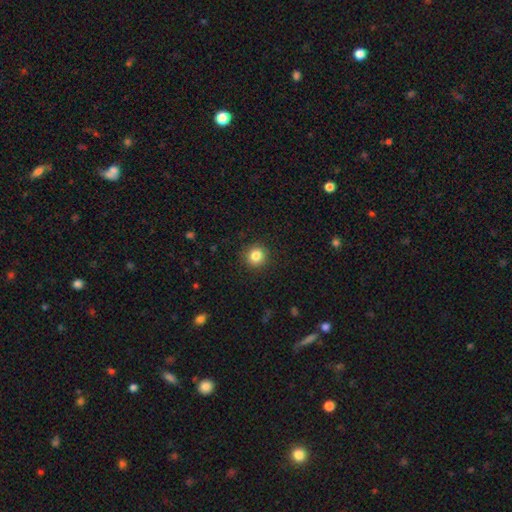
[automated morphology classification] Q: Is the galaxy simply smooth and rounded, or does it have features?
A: smooth — 84%.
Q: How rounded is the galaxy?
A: round — 93%.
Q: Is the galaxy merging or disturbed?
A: none — 92%.